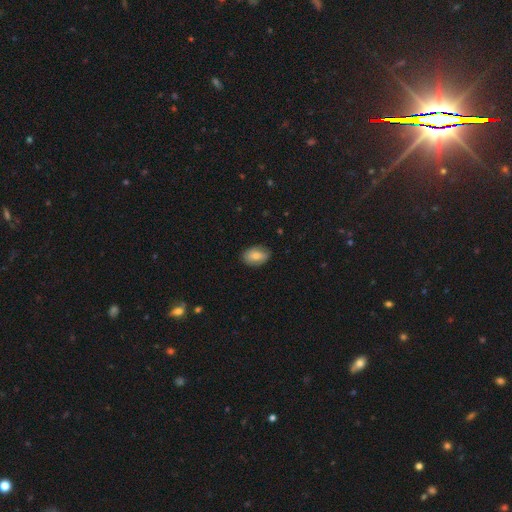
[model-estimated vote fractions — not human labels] This is likely a smooth galaxy (72%). How rounded: clearly in between (84%). Merging: clearly none (82%).